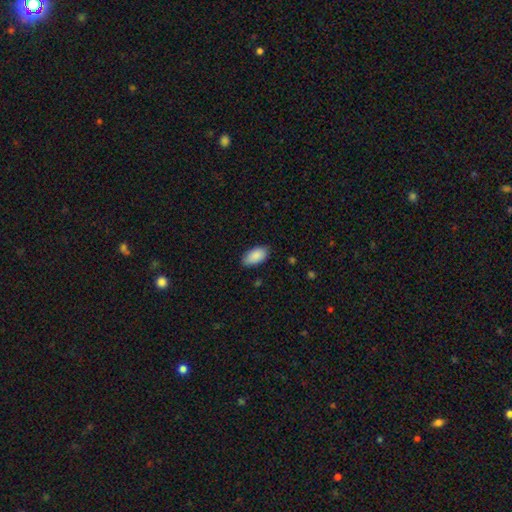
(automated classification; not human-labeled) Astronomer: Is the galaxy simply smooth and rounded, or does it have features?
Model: smooth — 89%.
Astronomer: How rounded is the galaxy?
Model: in between — 95%.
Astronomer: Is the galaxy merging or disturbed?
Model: none — 85%.